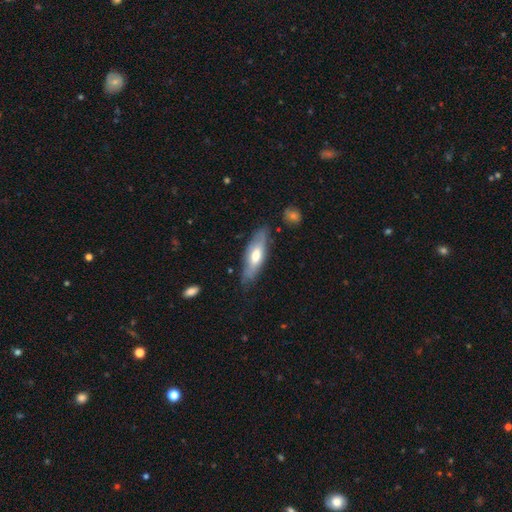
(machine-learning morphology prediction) smooth-or-featured: smooth: 55% | featured or disk: 39% | star or artifact: 6%
  how-rounded: cigar-shaped: 52% | in between: 47% | round: 2%
  merging: none: 79% | minor disturbance: 16% | major disturbance: 4% | merger: 2%